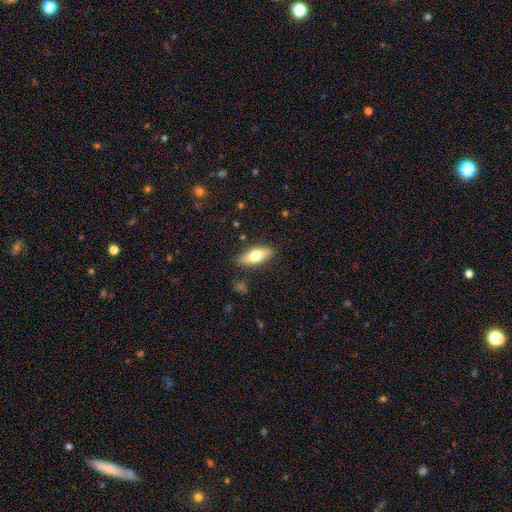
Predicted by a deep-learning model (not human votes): Q: Smooth or featured?
A: smooth (71%); runner-up: featured or disk (23%)
Q: How rounded?
A: in between (72%); runner-up: cigar-shaped (25%)
Q: Merging?
A: none (86%); runner-up: minor disturbance (11%)